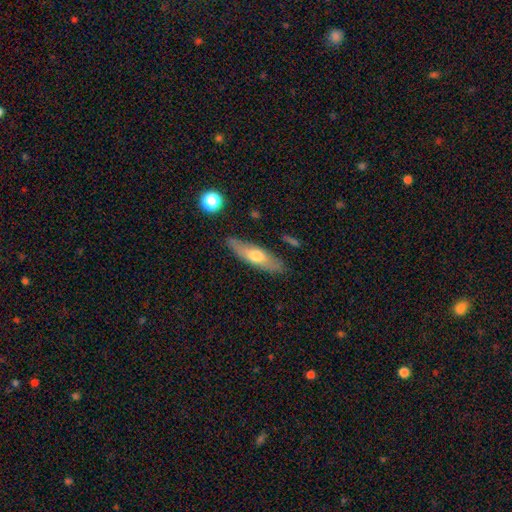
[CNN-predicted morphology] Smooth or featured? Predicted: smooth (p=0.55). How rounded? Predicted: cigar-shaped (p=0.58). Merging? Predicted: none (p=0.82).